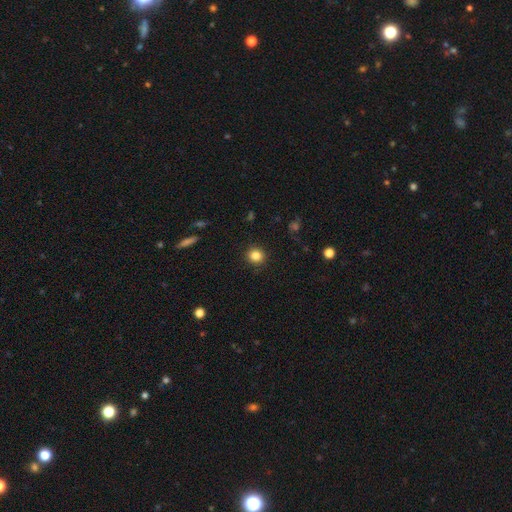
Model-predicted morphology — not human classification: The model was most divided on "smooth or featured": smooth: 84%, star or artifact: 11%, featured or disk: 5%. More confident: merging — none (90%); how rounded — round (89%).